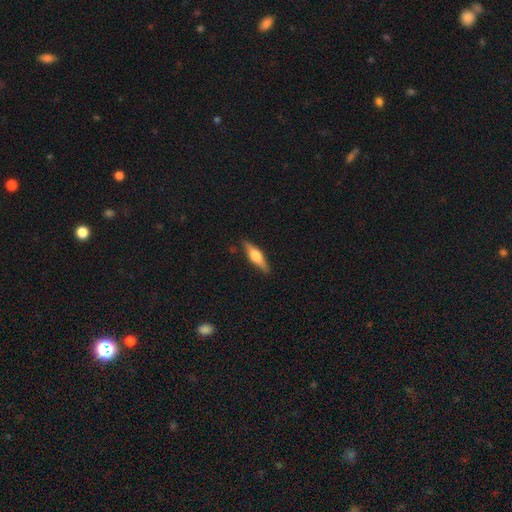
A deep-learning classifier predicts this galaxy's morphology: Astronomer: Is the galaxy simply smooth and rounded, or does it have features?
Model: featured or disk — 59% (runner-up: smooth, 35%).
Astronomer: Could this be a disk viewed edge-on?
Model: yes — 96%.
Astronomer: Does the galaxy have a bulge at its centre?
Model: rounded — 92%.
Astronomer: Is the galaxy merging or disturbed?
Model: none — 88%.